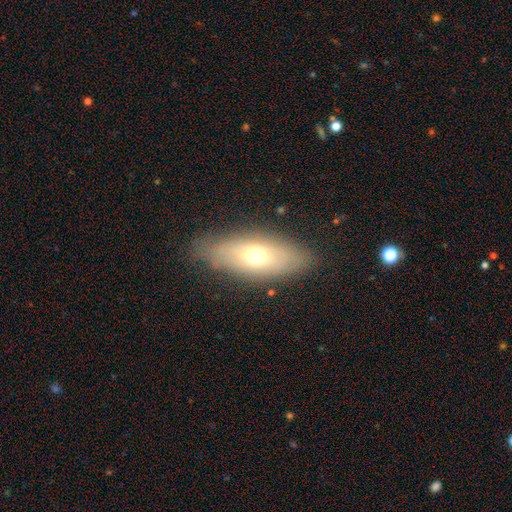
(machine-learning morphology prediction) smooth_or_featured: smooth (p=0.57) [alt: featured or disk p=0.35]
how_rounded: in between (p=0.73) [alt: cigar-shaped p=0.24]
merging: none (p=0.80) [alt: minor disturbance p=0.14]